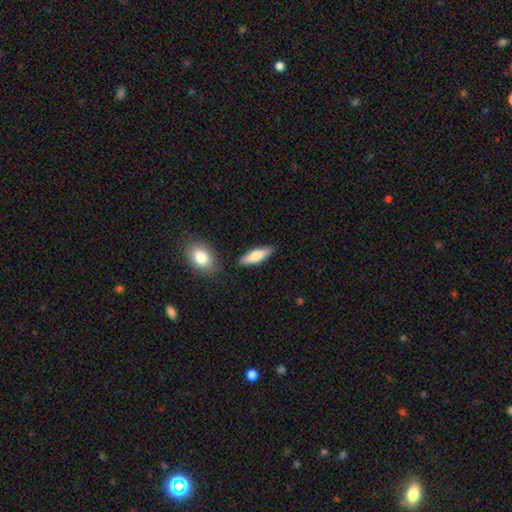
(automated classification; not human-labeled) This appears to be a smooth galaxy with no disk features (73%) that is cigar-shaped (54%). Merging: none (83%).